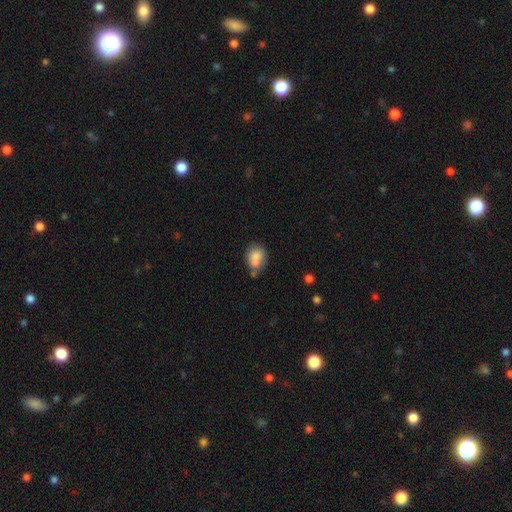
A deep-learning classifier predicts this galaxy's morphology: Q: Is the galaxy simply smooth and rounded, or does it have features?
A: smooth — 77%.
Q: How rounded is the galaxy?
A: in between — 51%.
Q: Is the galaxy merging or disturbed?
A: none — 44%.